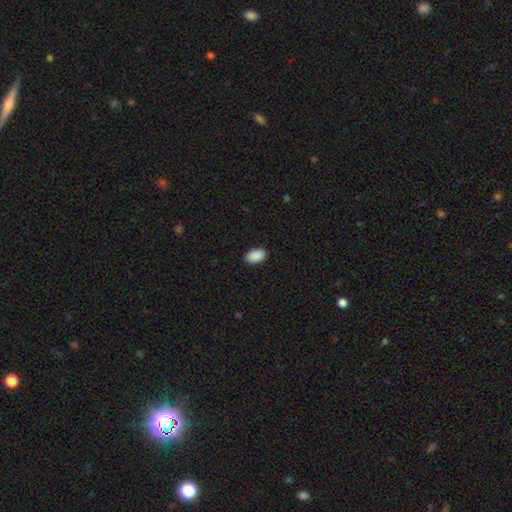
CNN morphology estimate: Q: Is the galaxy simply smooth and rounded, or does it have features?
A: smooth — 91%.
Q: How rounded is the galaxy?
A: in between — 93%.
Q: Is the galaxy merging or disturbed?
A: none — 90%.